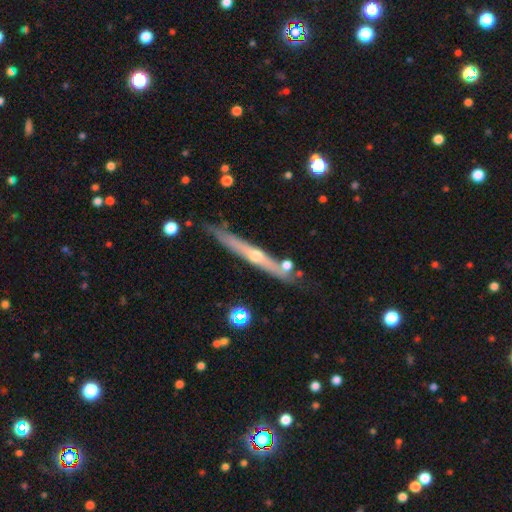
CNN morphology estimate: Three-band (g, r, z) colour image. It shows a featured or disk galaxy (72%) viewed edge-on (94%) with a rounded central bulge (76%). Merging: none (77%).